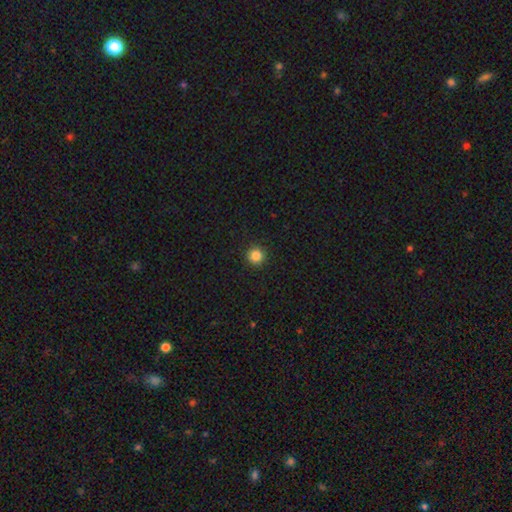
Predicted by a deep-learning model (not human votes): Morphology: type=smooth (85%); roundness=round (96%); merging=none (93%).